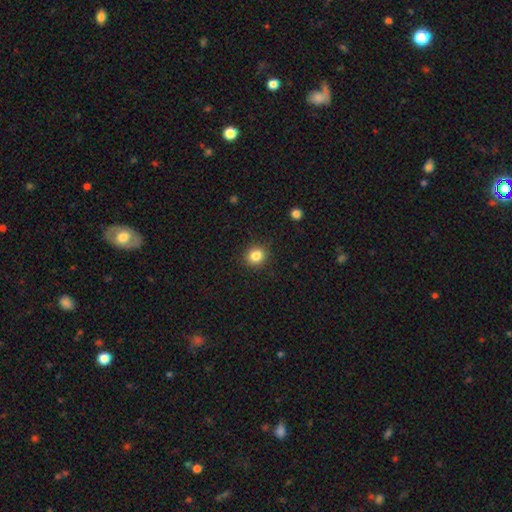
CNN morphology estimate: Smooth or featured? Predicted: smooth (p=0.84). How rounded? Predicted: round (p=0.84). Merging? Predicted: none (p=0.90).